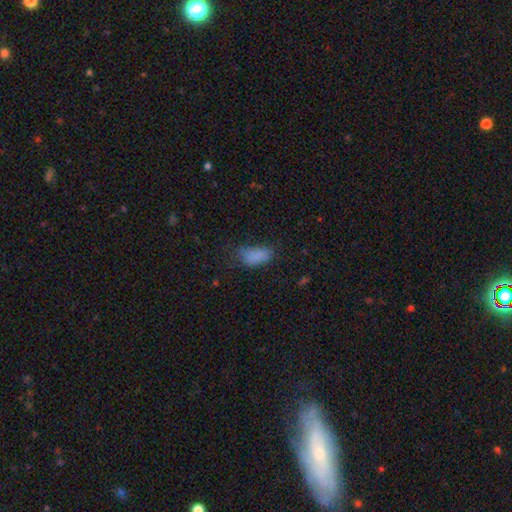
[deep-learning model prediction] smooth-or-featured: smooth: 79% | star or artifact: 13% | featured or disk: 8%
  how-rounded: in between: 87% | cigar-shaped: 8% | round: 4%
  merging: none: 48% | minor disturbance: 30% | major disturbance: 19% | merger: 3%